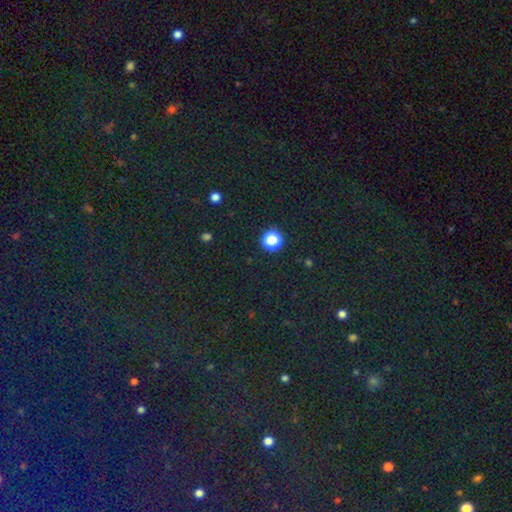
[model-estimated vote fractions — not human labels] smooth-or-featured: star or artifact: 75% | smooth: 18% | featured or disk: 7%